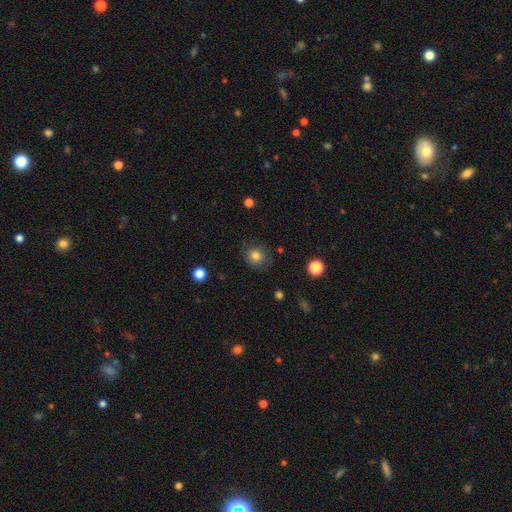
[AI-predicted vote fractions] smooth_or_featured: smooth (p=0.80) [alt: star or artifact p=0.12]
how_rounded: round (p=0.79) [alt: in between p=0.20]
merging: none (p=0.82) [alt: minor disturbance p=0.13]